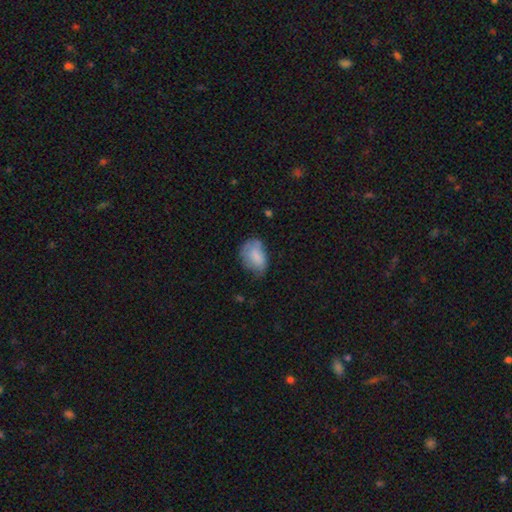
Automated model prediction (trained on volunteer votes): Q: Smooth or featured?
A: smooth (77%); runner-up: featured or disk (16%)
Q: How rounded?
A: in between (86%); runner-up: round (12%)
Q: Merging?
A: none (48%); runner-up: minor disturbance (36%)